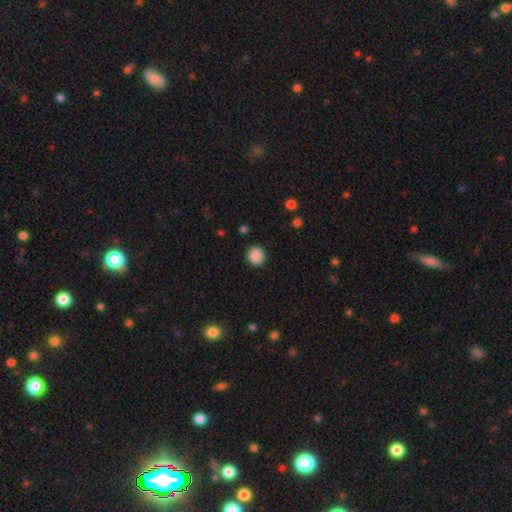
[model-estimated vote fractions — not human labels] A smooth galaxy with no disk features (88%) that is round (92%).

Vote fractions:
- Smooth or featured? smooth: 88% / star or artifact: 9% / featured or disk: 3%
- How rounded? round: 92% / in between: 7% / cigar-shaped: 1%
- Merging? none: 91% / minor disturbance: 6% / major disturbance: 2% / merger: 1%